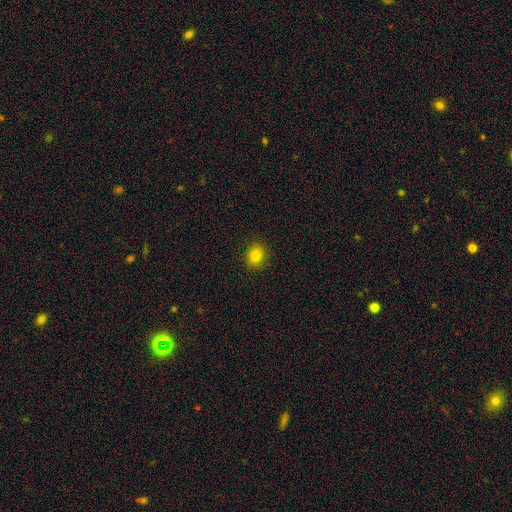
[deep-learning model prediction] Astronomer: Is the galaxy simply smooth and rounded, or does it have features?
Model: smooth — 84%.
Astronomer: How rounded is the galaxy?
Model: round — 55% (runner-up: in between, 44%).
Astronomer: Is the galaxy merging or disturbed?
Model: none — 88%.